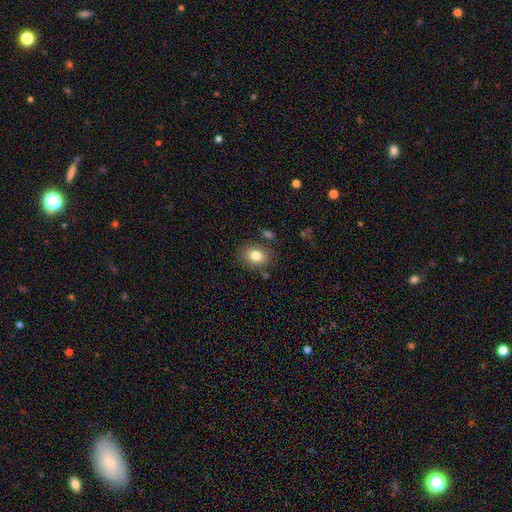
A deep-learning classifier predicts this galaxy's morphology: Overall: smooth (82%). How rounded: in between (62%; round 37%). Merging: none (79%).